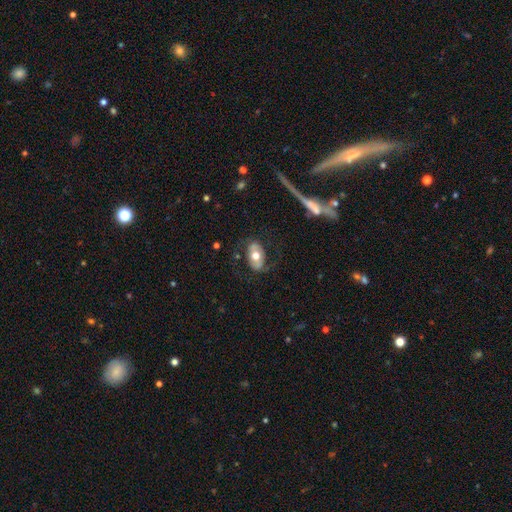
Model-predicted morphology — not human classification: Smooth or featured? Predicted: smooth (p=0.49). Merging? Predicted: none (p=0.73).